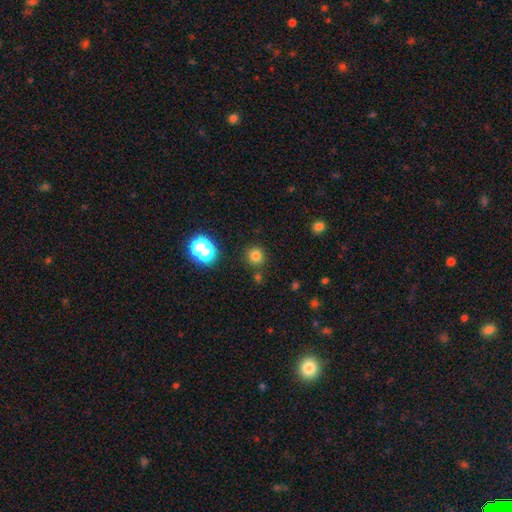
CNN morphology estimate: This appears to be a smooth galaxy with no disk features (78%) that is round (92%). Merging: none (85%).